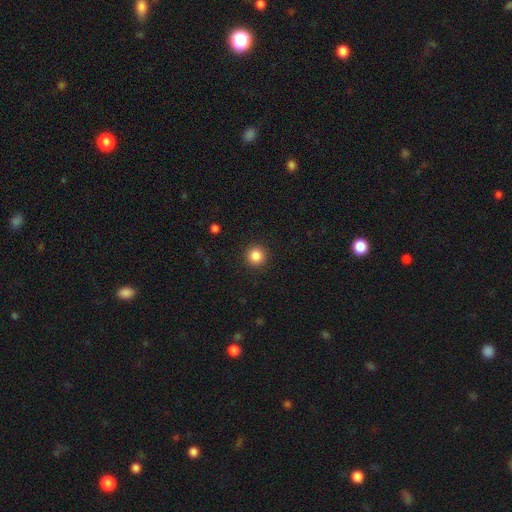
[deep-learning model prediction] This appears to be a smooth galaxy with no disk features (86%) that is round (95%). Merging: none (92%).